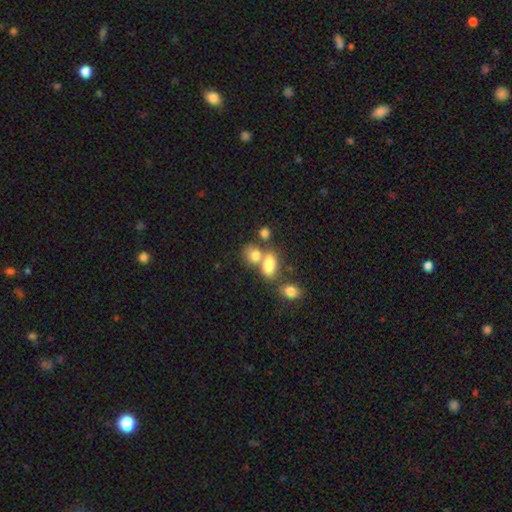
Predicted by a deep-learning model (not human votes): smooth-or-featured: smooth: 66% | star or artifact: 18% | featured or disk: 16%
  how-rounded: in between: 61% | round: 35% | cigar-shaped: 4%
  merging: merger: 49% | none: 37% | minor disturbance: 9% | major disturbance: 5%